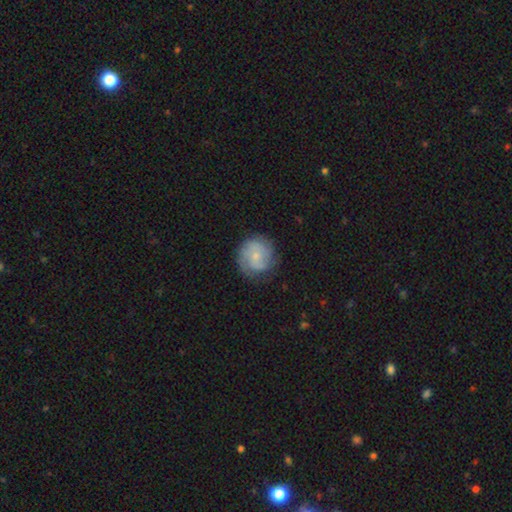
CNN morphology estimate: Smooth or featured: featured or disk — 53% (smooth — 40%)
Edge-on disk: no — 98% (yes — 2%)
Bar: no — 76% (weak — 21%)
Spiral arms: yes — 84% (no — 16%)
Bulge size: small — 70% (moderate — 22%)
Merging: none — 74% (minor disturbance — 18%)